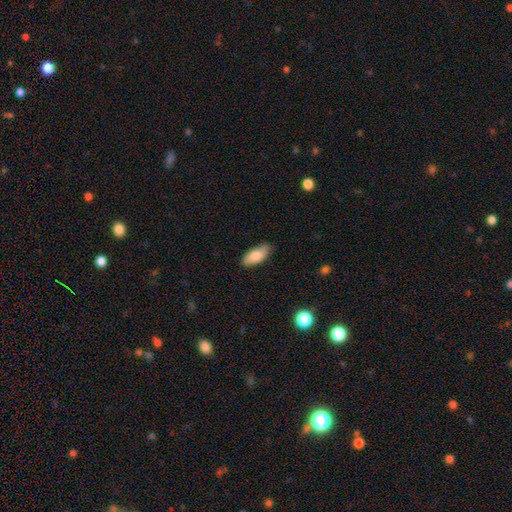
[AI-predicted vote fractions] This appears to be a smooth galaxy with no disk features (82%) that is in between round and cigar-shaped (86%). Merging: none (83%).